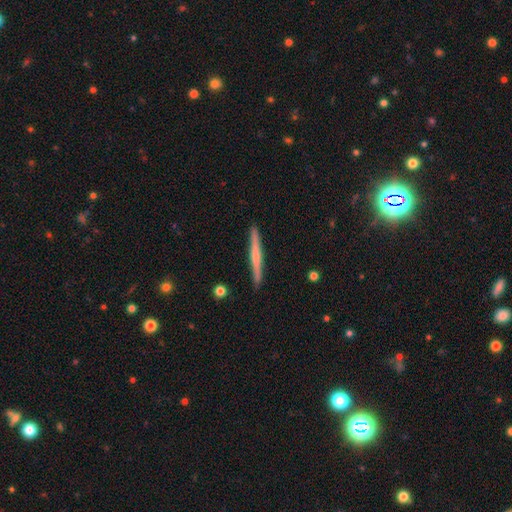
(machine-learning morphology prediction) Q: Smooth or featured?
A: featured or disk (52%); runner-up: smooth (42%)
Q: Edge-on disk?
A: yes (98%); runner-up: no (2%)
Q: Edge-on bulge?
A: none (54%); runner-up: rounded (36%)
Q: Merging?
A: none (92%); runner-up: minor disturbance (6%)